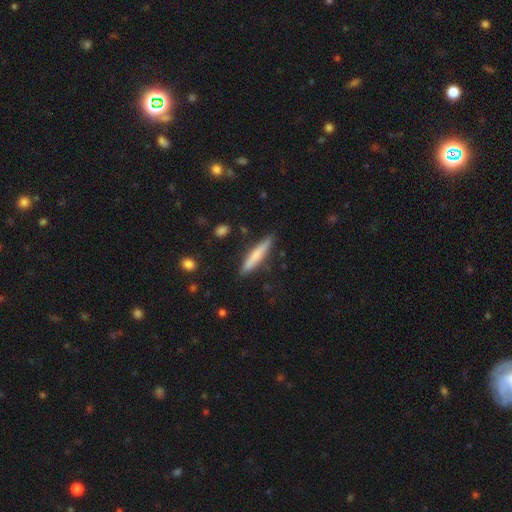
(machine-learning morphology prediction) A smooth galaxy with no disk features (65%) that is cigar-shaped (92%). Merging: none (87%).